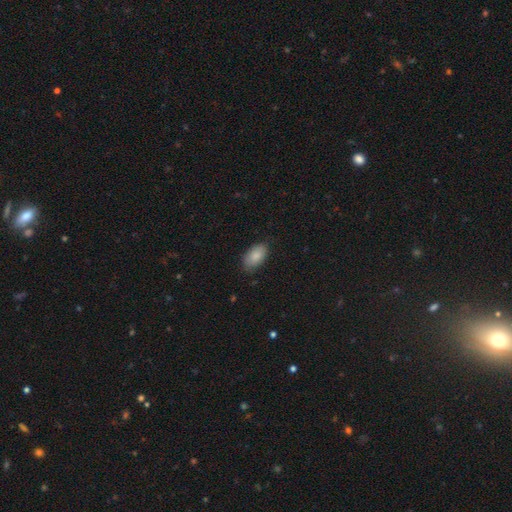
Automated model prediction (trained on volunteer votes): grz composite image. It shows a smooth galaxy with no disk features (87%) that is in between round and cigar-shaped (94%). Merging: none (79%).